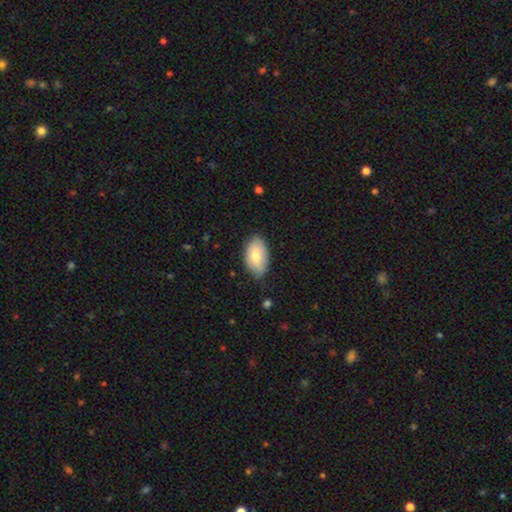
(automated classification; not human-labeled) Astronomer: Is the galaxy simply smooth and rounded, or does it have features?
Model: smooth — 74%.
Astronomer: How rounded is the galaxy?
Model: in between — 95%.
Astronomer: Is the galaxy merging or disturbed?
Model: none — 74%.